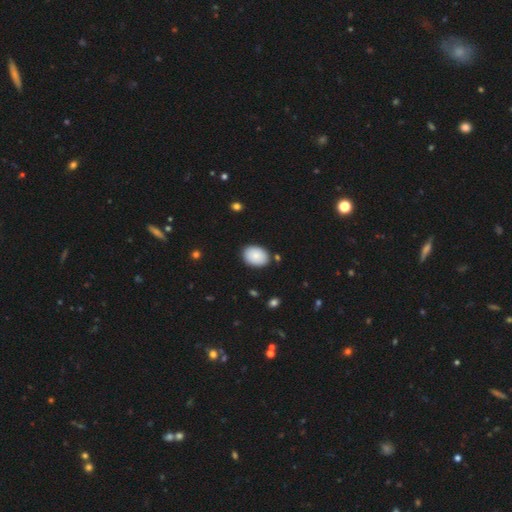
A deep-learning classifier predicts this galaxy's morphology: smooth-or-featured: smooth: 87% | star or artifact: 7% | featured or disk: 6%
  how-rounded: in between: 76% | round: 23% | cigar-shaped: 1%
  merging: none: 86% | minor disturbance: 10% | major disturbance: 2% | merger: 2%